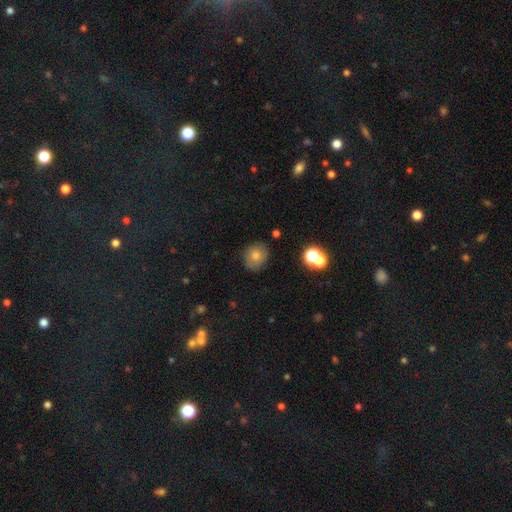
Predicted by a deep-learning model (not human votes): Smooth or featured?
  - smooth: 73% *
  - featured or disk: 15%
  - star or artifact: 11%
How rounded?
  - round: 77% *
  - in between: 22%
  - cigar-shaped: 1%
Merging?
  - none: 81% *
  - minor disturbance: 13%
  - major disturbance: 4%
  - merger: 3%